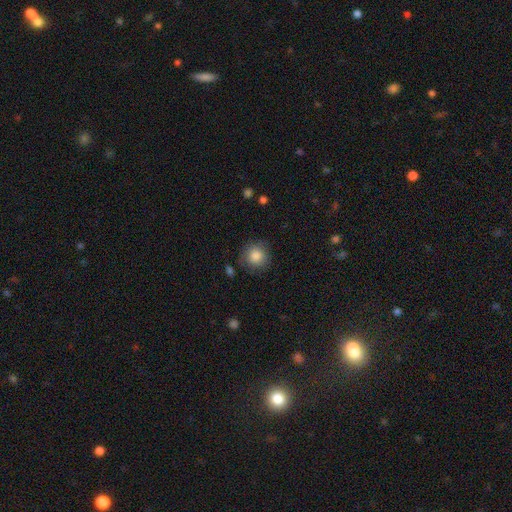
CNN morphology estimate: Smooth or featured? Predicted: smooth (p=0.85). How rounded? Predicted: round (p=0.92). Merging? Predicted: none (p=0.80).